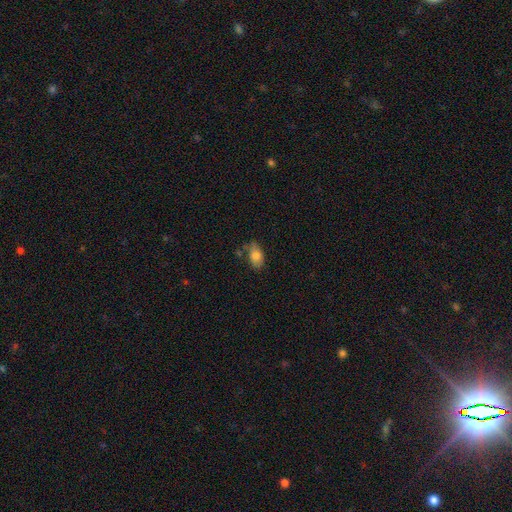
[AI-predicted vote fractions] smooth 79%, featured or disk 12%, star or artifact 8%. Down the decision tree: how rounded — in between (90%); merging — none (63%).